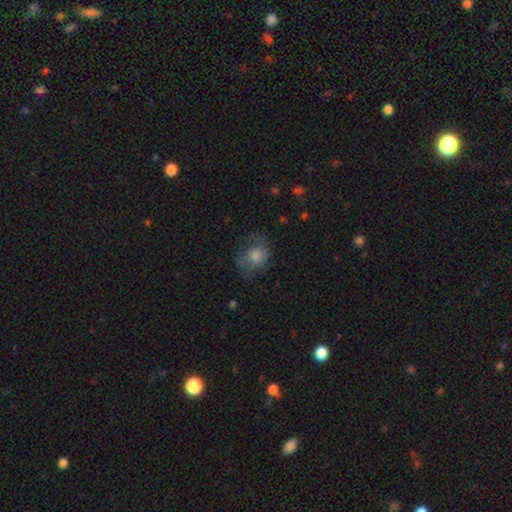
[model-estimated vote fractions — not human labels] Overall: smooth (60%; featured or disk 27%). How rounded: round (51%; in between 48%). Merging: none (55%; minor disturbance 24%).